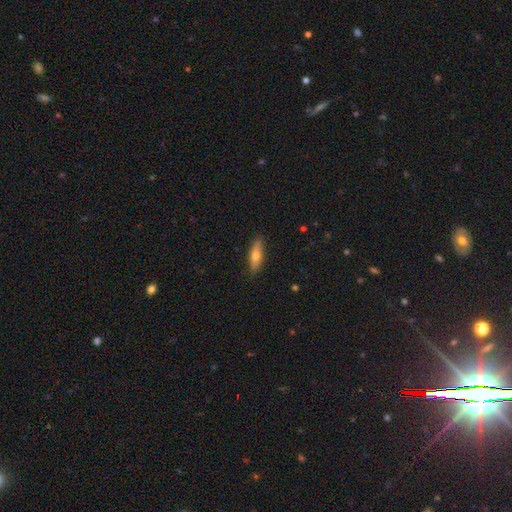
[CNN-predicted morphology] This appears to be a smooth galaxy with no disk features (61%) that is cigar-shaped (61%). Merging: none (87%).